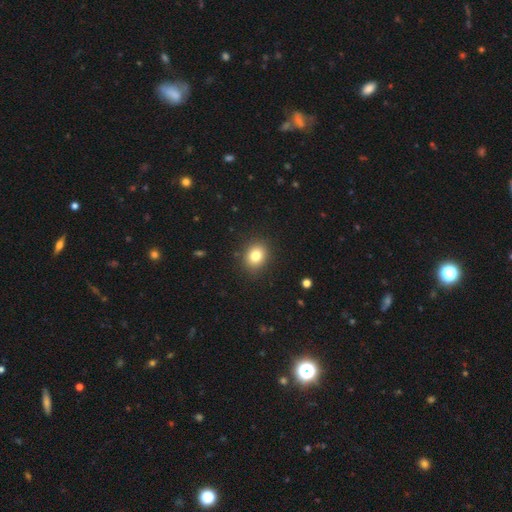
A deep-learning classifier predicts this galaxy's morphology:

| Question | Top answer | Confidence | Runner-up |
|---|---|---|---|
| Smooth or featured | smooth | 81% | star or artifact (11%) |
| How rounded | round | 56% | in between (43%) |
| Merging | none | 89% | minor disturbance (8%) |